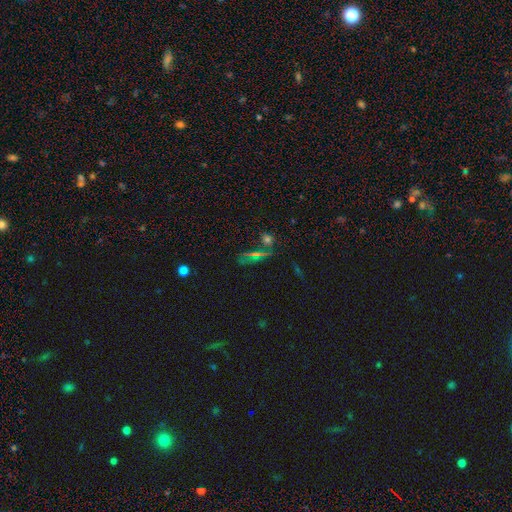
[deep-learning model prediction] Smooth or featured? featured or disk (35%)
Merging? none (58%)